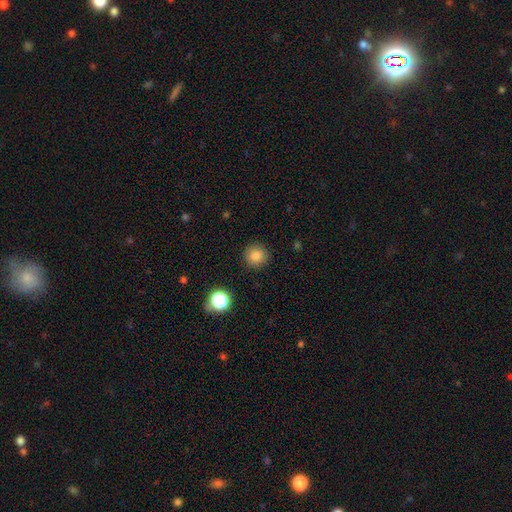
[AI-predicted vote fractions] Q: Smooth or featured?
A: smooth (83%); runner-up: star or artifact (12%)
Q: How rounded?
A: round (94%); runner-up: in between (5%)
Q: Merging?
A: none (90%); runner-up: minor disturbance (6%)